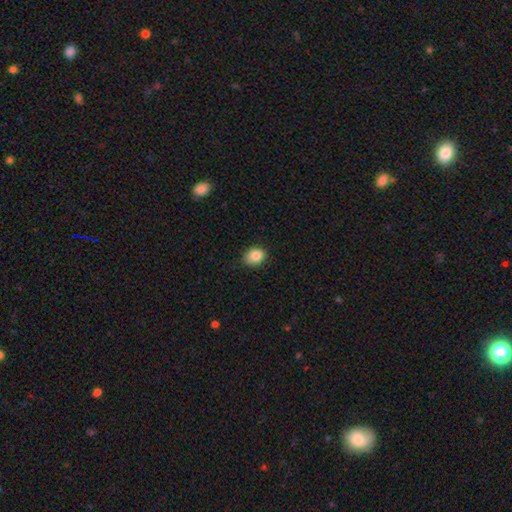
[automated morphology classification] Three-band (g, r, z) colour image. It shows a smooth galaxy with no disk features (85%) that is in between round and cigar-shaped (54%). Merging: none (73%).